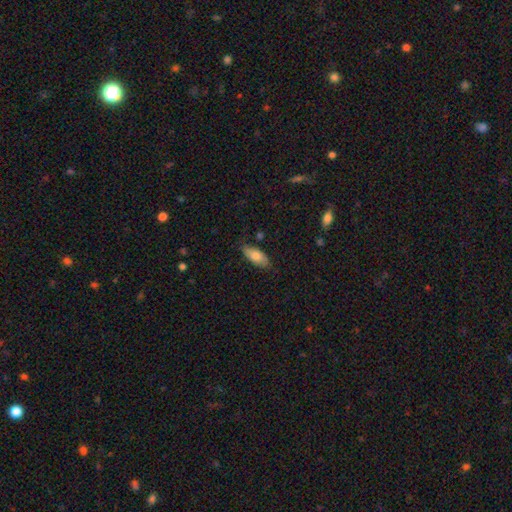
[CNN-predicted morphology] Smooth or featured? Predicted: smooth (p=0.77). How rounded? Predicted: in between (p=0.85). Merging? Predicted: none (p=0.76).